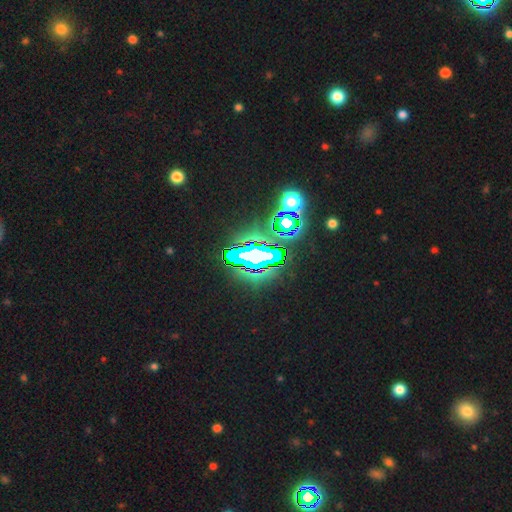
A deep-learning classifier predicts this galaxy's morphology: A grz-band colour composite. It shows a star or artifact, not a galaxy (70%).